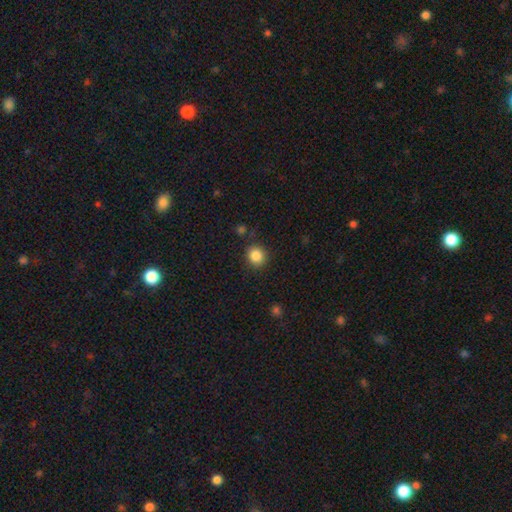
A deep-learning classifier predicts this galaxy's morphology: This is clearly a smooth galaxy (86%). How rounded: clearly round (86%). Merging: clearly none (87%).